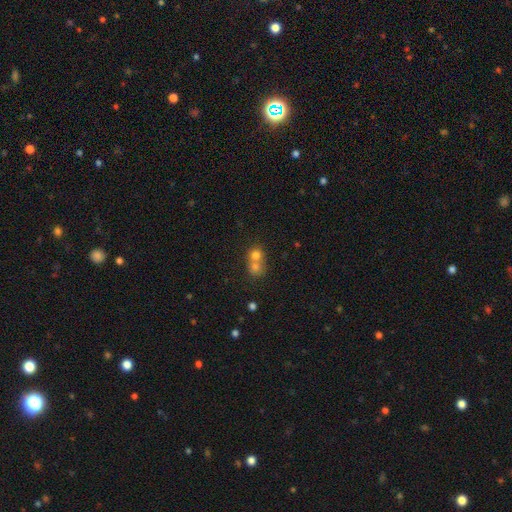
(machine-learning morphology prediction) smooth_or_featured: smooth (p=0.74) [alt: featured or disk p=0.14]
how_rounded: round (p=0.78) [alt: in between p=0.21]
merging: merger (p=0.61) [alt: none p=0.31]